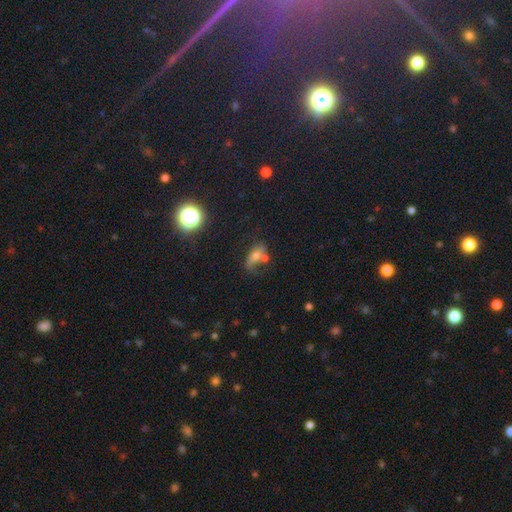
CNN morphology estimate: A smooth galaxy with no disk features (50%) that is in between round and cigar-shaped (72%).

Vote fractions:
- Smooth or featured? smooth: 50% / featured or disk: 33% / star or artifact: 17%
- How rounded? in between: 72% / cigar-shaped: 15% / round: 13%
- Merging? none: 38% / merger: 25% / minor disturbance: 19% / major disturbance: 18%